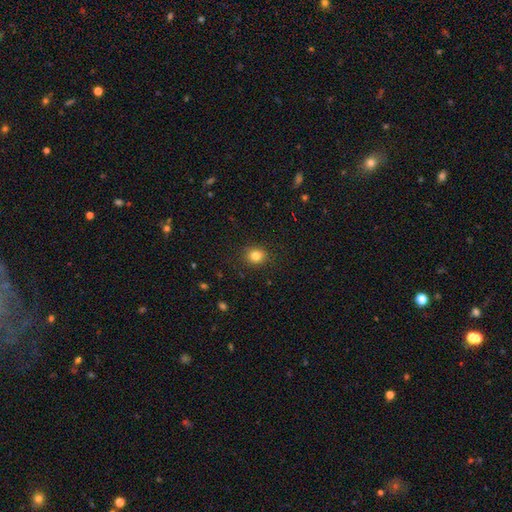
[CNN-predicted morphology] Q: Smooth or featured?
A: smooth (83%); runner-up: star or artifact (11%)
Q: How rounded?
A: round (75%); runner-up: in between (24%)
Q: Merging?
A: none (89%); runner-up: minor disturbance (7%)